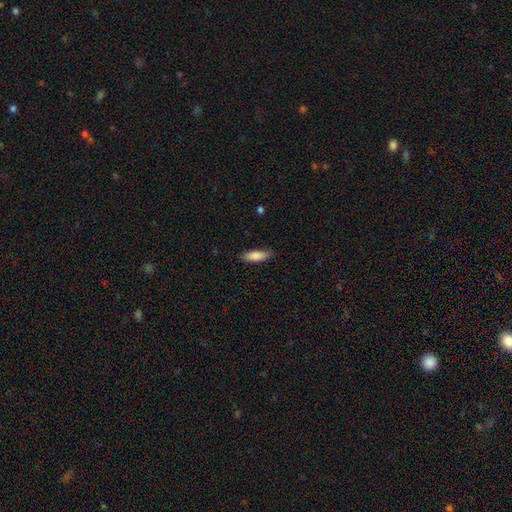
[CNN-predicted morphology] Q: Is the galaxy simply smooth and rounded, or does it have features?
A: smooth — 85%.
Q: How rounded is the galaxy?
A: in between — 60%.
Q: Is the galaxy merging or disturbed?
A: none — 84%.